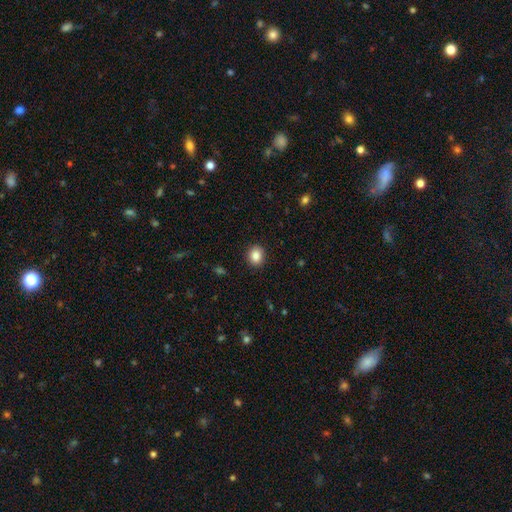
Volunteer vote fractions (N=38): Smooth or featured? 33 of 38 (87%) said smooth. How rounded? 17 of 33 (52%) said round. Merging? 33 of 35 (94%) said none.